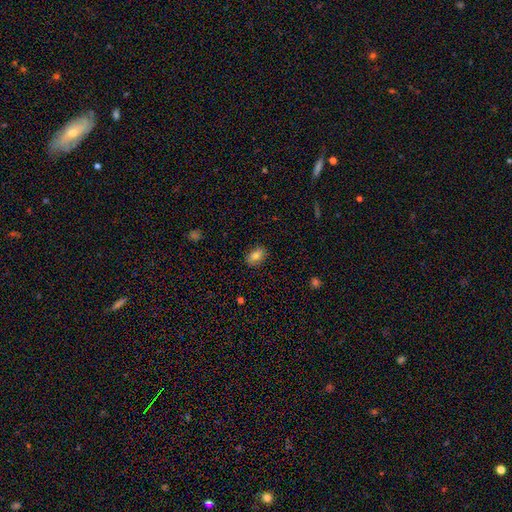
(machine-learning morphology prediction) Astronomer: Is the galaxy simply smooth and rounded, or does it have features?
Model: smooth — 79%.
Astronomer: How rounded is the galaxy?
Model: in between — 86%.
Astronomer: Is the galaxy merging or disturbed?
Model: none — 86%.